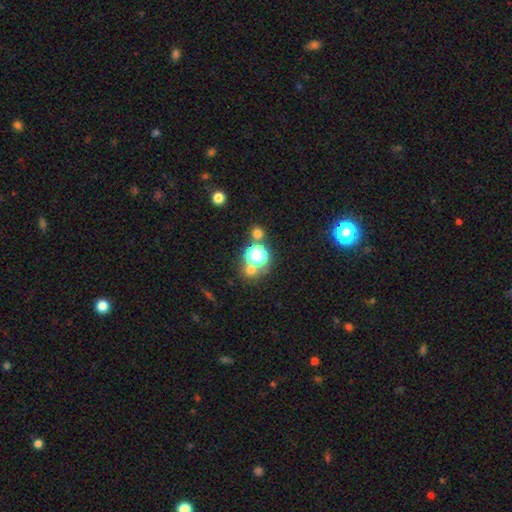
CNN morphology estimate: smooth-or-featured: smooth: 57% | star or artifact: 33% | featured or disk: 10%
  how-rounded: round: 84% | in between: 15% | cigar-shaped: 1%
  merging: none: 61% | merger: 25% | minor disturbance: 9% | major disturbance: 6%